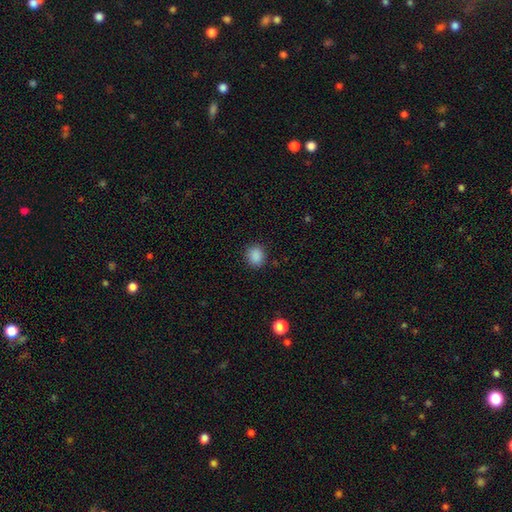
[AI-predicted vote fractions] smooth 88%, star or artifact 10%, featured or disk 3%. Down the decision tree: how rounded — round (76%); merging — none (88%).